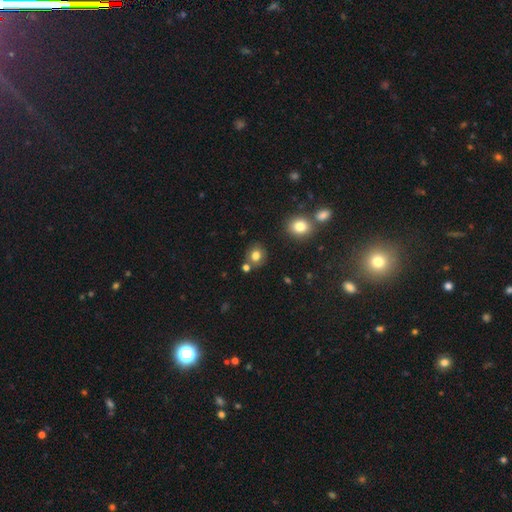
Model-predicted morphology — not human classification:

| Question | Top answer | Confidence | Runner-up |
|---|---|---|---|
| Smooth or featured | smooth | 80% | star or artifact (12%) |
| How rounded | round | 75% | in between (24%) |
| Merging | none | 75% | merger (11%) |